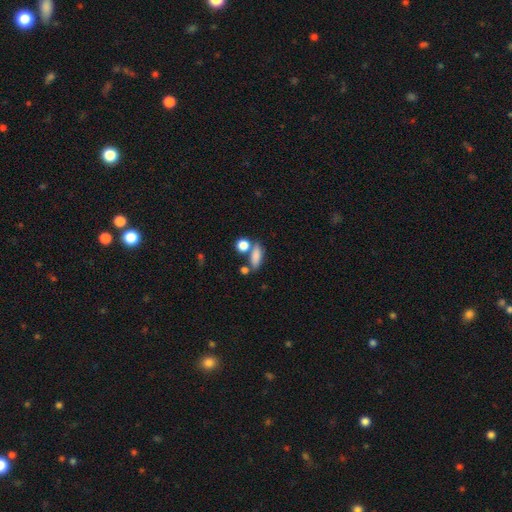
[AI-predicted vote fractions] Smooth or featured? Predicted: smooth (p=0.81). How rounded? Predicted: in between (p=0.66). Merging? Predicted: none (p=0.58).